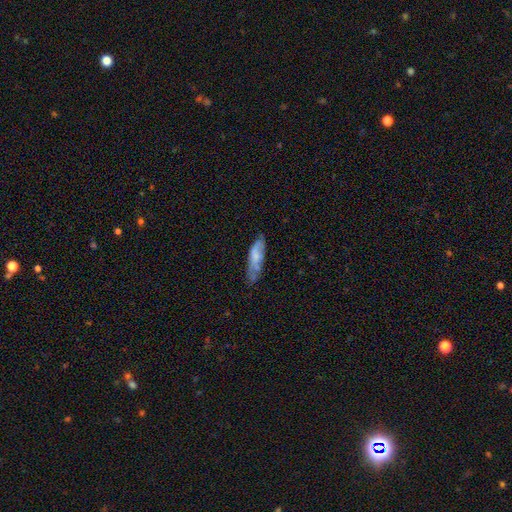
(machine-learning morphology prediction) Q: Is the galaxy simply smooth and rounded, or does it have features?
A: smooth — 60%.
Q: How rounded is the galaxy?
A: cigar-shaped — 55%.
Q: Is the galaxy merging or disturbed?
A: none — 53%.